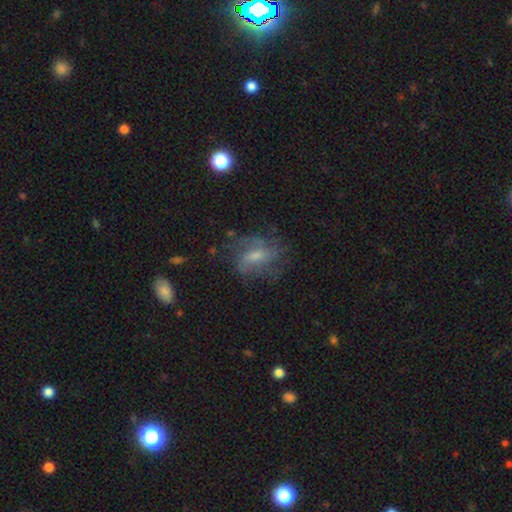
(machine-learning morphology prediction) featured or disk 57%, smooth 32%, star or artifact 11%. Down the decision tree: edge-on disk — no (94%); bar — weak (46%); spiral arms — yes (73%); bulge size — small (43%); merging — none (56%).